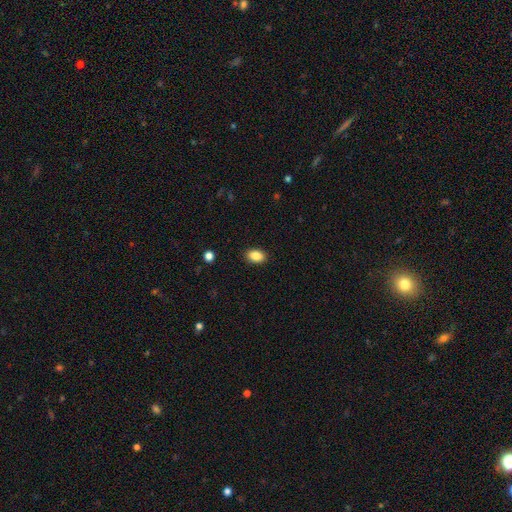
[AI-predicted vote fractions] Morphology: type=smooth (87%); roundness=in between (87%); merging=none (90%).